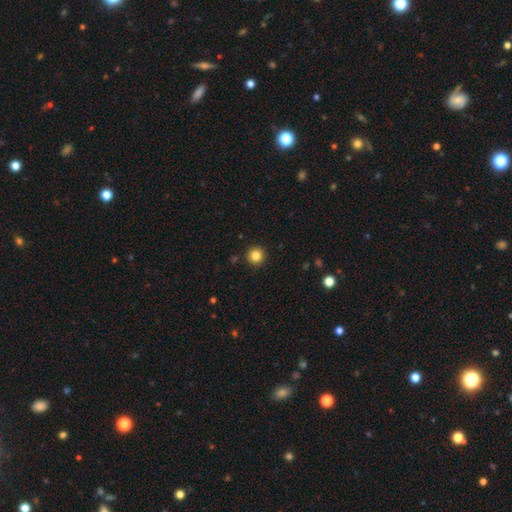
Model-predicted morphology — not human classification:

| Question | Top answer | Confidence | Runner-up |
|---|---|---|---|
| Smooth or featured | smooth | 84% | star or artifact (12%) |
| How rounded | round | 96% | in between (3%) |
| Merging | none | 92% | minor disturbance (5%) |